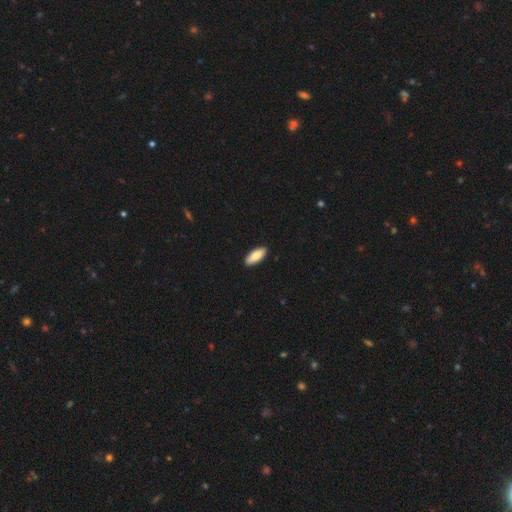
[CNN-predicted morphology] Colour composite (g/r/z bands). It shows a smooth galaxy with no disk features (85%) that is in between round and cigar-shaped (77%). Merging: none (91%).